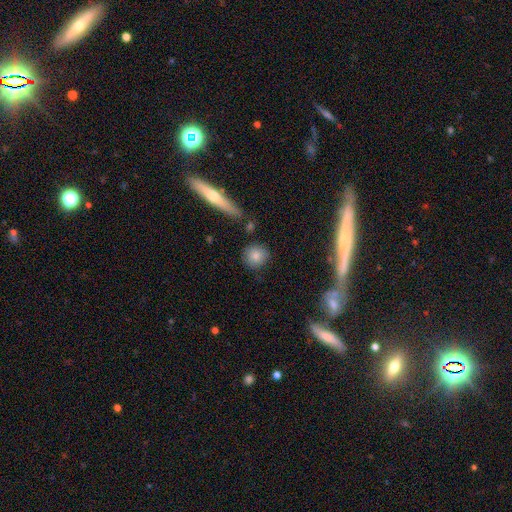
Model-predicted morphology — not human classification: A smooth galaxy with no disk features (82%) that is round (88%).

Vote fractions:
- Smooth or featured? smooth: 82% / star or artifact: 9% / featured or disk: 9%
- How rounded? round: 88% / in between: 9% / cigar-shaped: 2%
- Merging? none: 81% / minor disturbance: 10% / merger: 5% / major disturbance: 3%